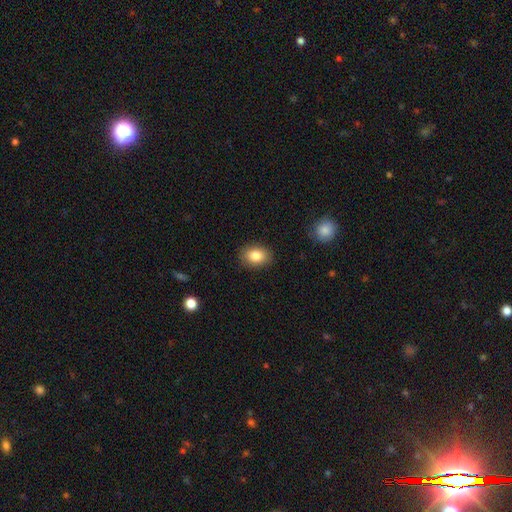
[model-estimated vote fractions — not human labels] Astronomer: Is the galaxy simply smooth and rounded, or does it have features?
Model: smooth — 84%.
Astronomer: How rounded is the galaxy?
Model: in between — 70%.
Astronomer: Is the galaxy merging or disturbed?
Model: none — 88%.